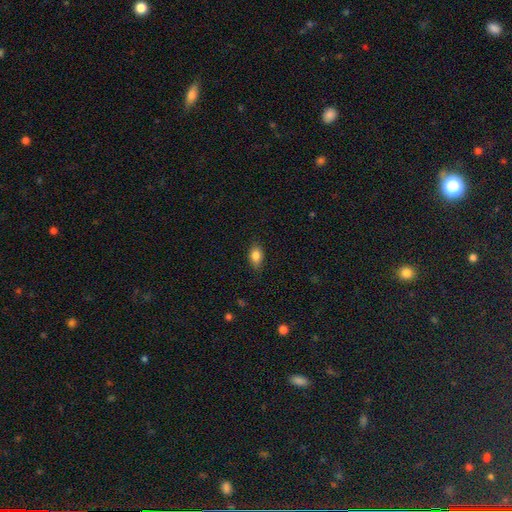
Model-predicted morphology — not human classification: Smooth or featured: smooth — 84% (star or artifact — 9%)
How rounded: in between — 80% (round — 17%)
Merging: none — 81% (minor disturbance — 15%)